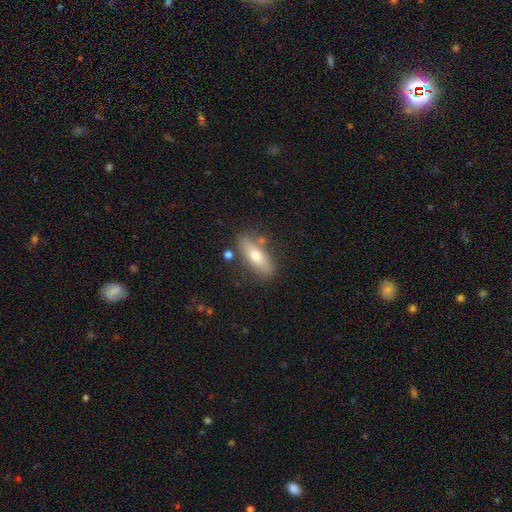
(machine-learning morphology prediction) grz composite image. It shows a smooth galaxy with no disk features (62%) that is in between round and cigar-shaped (57%). Merging: none (80%).